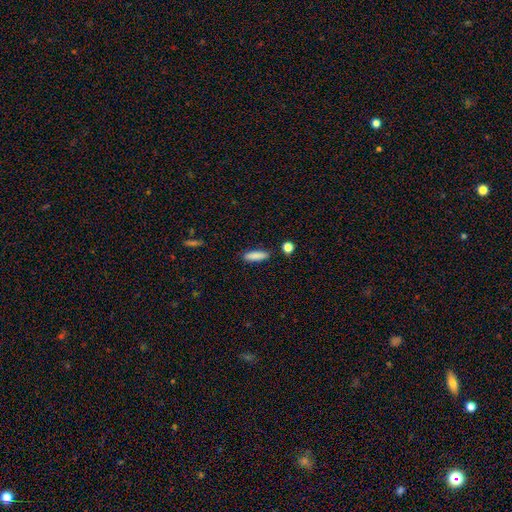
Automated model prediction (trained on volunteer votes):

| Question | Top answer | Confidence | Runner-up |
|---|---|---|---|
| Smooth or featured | smooth | 86% | featured or disk (7%) |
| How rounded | cigar-shaped | 69% | in between (29%) |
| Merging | none | 87% | minor disturbance (8%) |